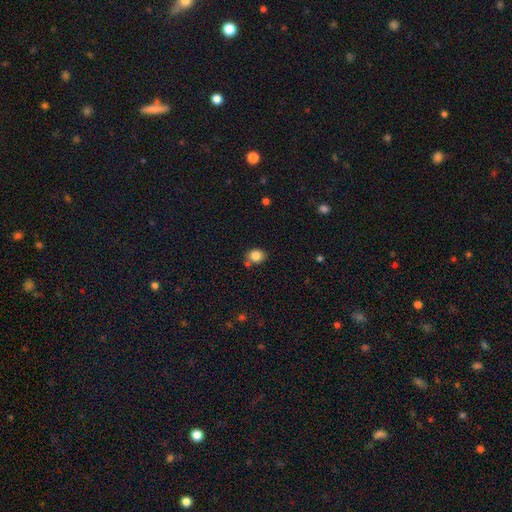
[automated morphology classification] The model was most divided on "how rounded": round: 61%, in between: 38%, cigar-shaped: 1%. More confident: smooth or featured — smooth (83%); merging — none (69%).